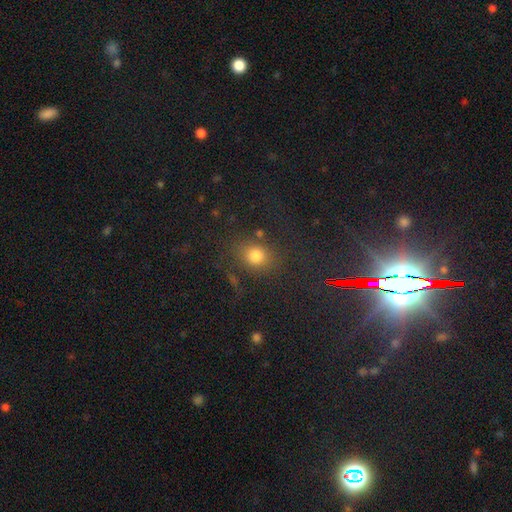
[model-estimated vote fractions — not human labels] smooth 75%, star or artifact 17%, featured or disk 9%. Down the decision tree: how rounded — round (68%); merging — none (71%).